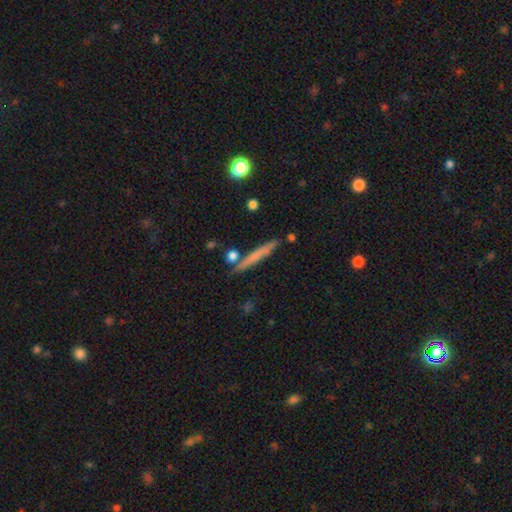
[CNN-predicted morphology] Smooth or featured? smooth (58%)
How rounded? cigar-shaped (95%)
Merging? none (83%)